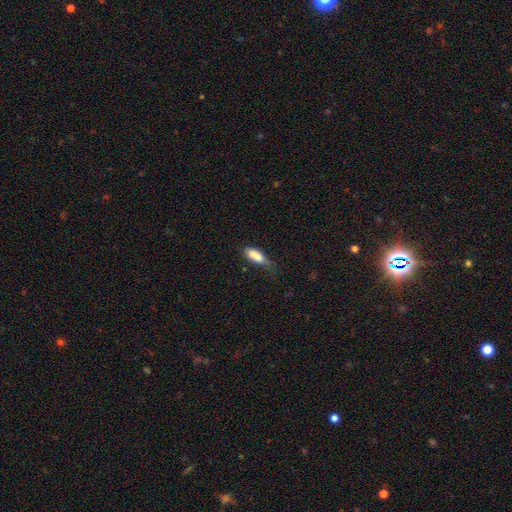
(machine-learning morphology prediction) Smooth or featured: smooth — 84% (featured or disk — 9%)
How rounded: in between — 69% (cigar-shaped — 29%)
Merging: minor disturbance — 41% (none — 40%)